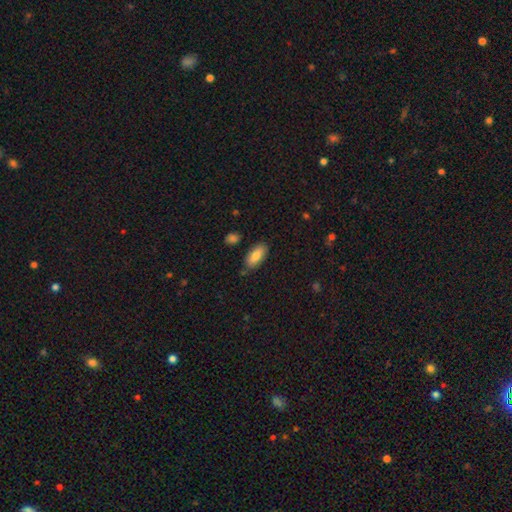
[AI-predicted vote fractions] smooth_or_featured: smooth (p=0.81) [alt: featured or disk p=0.13]
how_rounded: in between (p=0.88) [alt: cigar-shaped p=0.10]
merging: none (p=0.80) [alt: minor disturbance p=0.14]